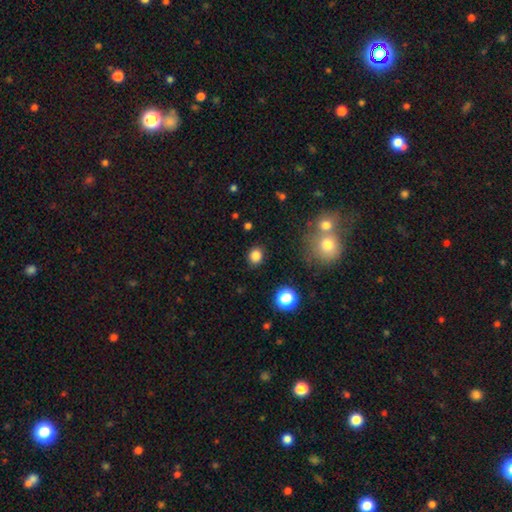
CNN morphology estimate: A smooth galaxy with no disk features (83%) that is round (69%).

Vote fractions:
- Smooth or featured? smooth: 83% / star or artifact: 13% / featured or disk: 5%
- How rounded? round: 69% / in between: 30% / cigar-shaped: 1%
- Merging? none: 88% / minor disturbance: 8% / major disturbance: 3% / merger: 2%